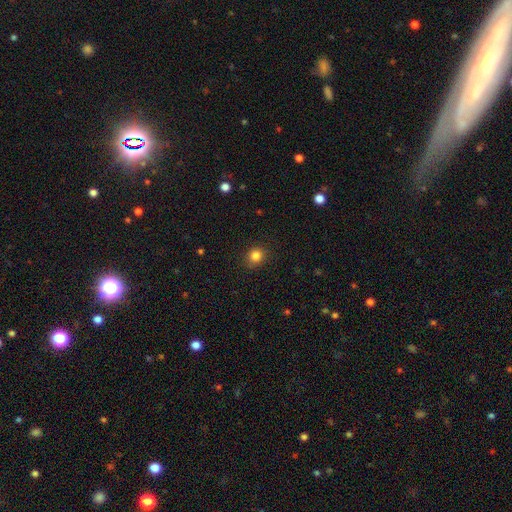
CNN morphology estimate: Smooth or featured: smooth — 83% (star or artifact — 12%)
How rounded: round — 81% (in between — 18%)
Merging: none — 87% (minor disturbance — 9%)